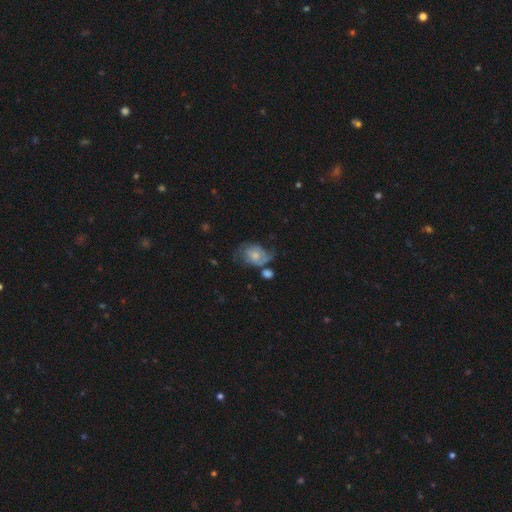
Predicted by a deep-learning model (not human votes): This is possibly a featured or disk galaxy (48%). Merging: marginally none (33%).